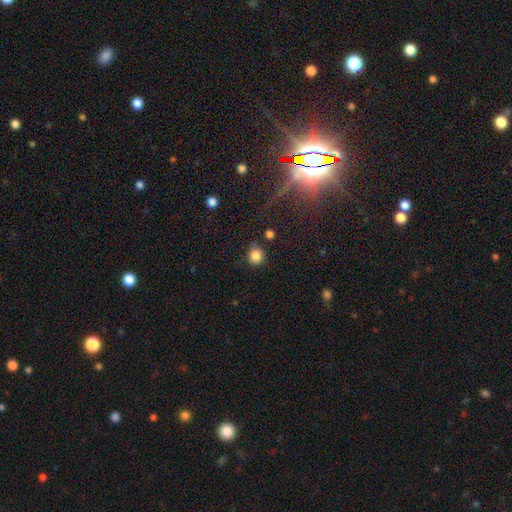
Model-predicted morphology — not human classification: Smooth or featured?
  - smooth: 84% *
  - star or artifact: 12%
  - featured or disk: 4%
How rounded?
  - round: 89% *
  - in between: 10%
  - cigar-shaped: 1%
Merging?
  - none: 77% *
  - minor disturbance: 14%
  - merger: 5%
  - major disturbance: 4%